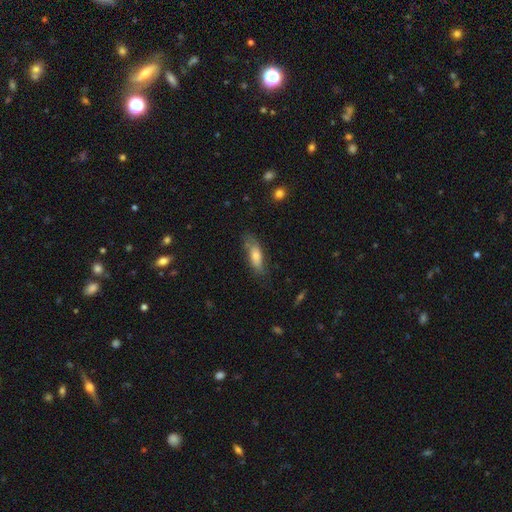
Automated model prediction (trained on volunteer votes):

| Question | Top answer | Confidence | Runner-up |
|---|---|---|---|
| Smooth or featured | smooth | 68% | featured or disk (24%) |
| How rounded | in between | 54% | cigar-shaped (44%) |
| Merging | none | 66% | minor disturbance (24%) |